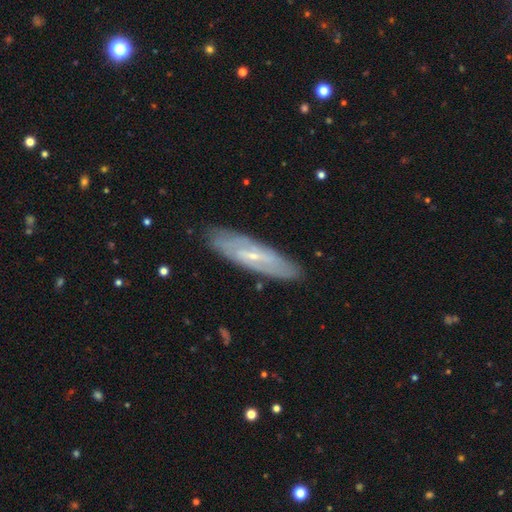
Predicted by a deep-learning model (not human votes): The model was most divided on "edge-on disk": no: 61%, yes: 39%. More confident: merging — none (86%); smooth or featured — featured or disk (65%).